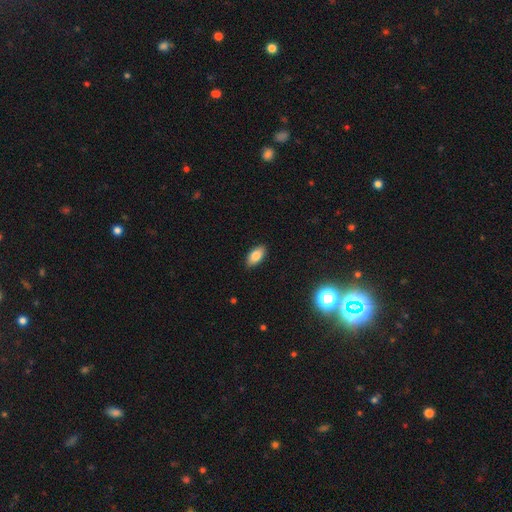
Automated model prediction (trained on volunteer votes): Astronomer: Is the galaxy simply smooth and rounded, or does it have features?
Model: smooth — 83%.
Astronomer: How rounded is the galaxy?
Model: in between — 91%.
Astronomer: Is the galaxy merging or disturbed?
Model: none — 88%.